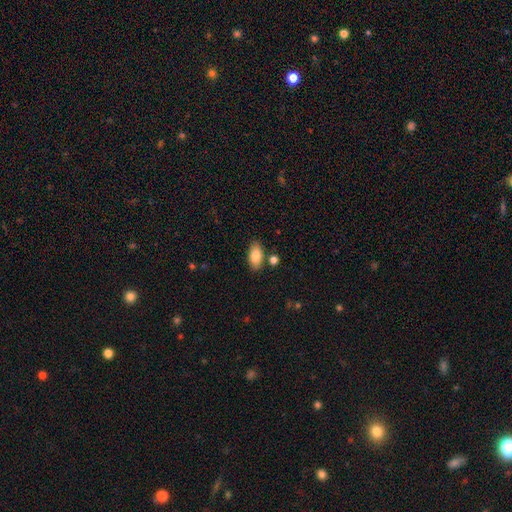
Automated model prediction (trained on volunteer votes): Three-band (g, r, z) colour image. It shows a smooth galaxy with no disk features (84%) that is in between round and cigar-shaped (92%). Merging: none (81%).